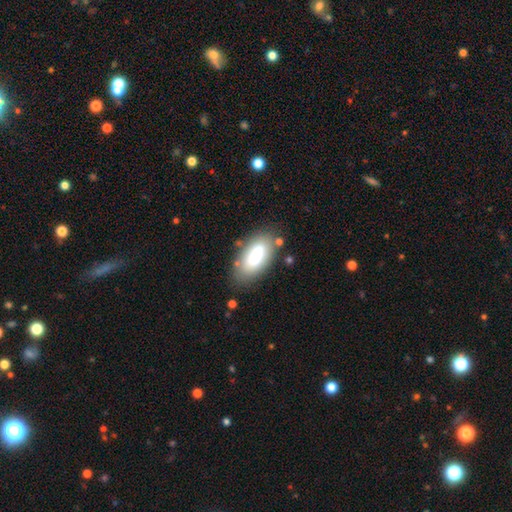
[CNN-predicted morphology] Overall: smooth (76%). How rounded: in between (93%). Merging: none (69%).